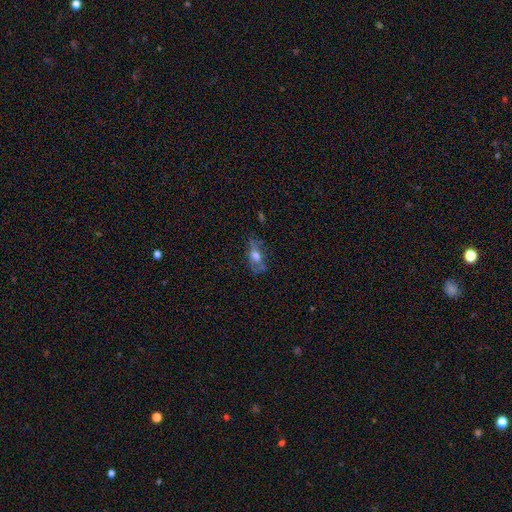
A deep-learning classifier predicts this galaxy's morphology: The model was most divided on "smooth or featured": smooth: 50%, featured or disk: 39%, star or artifact: 12%. More confident: merging — none (52%).